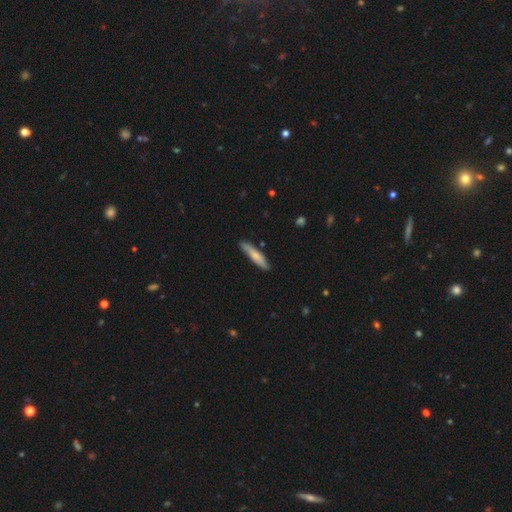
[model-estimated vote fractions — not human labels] smooth_or_featured: smooth (p=0.71) [alt: featured or disk p=0.23]
how_rounded: cigar-shaped (p=0.86) [alt: in between p=0.13]
merging: none (p=0.78) [alt: minor disturbance p=0.17]